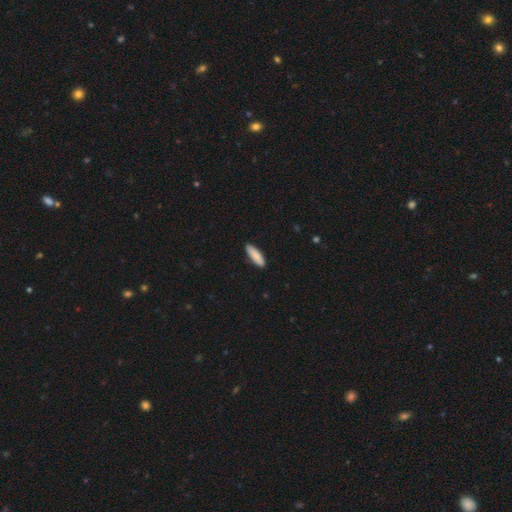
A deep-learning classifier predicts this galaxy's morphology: Smooth or featured? Predicted: smooth (p=0.88). How rounded? Predicted: cigar-shaped (p=0.53). Merging? Predicted: none (p=0.89).